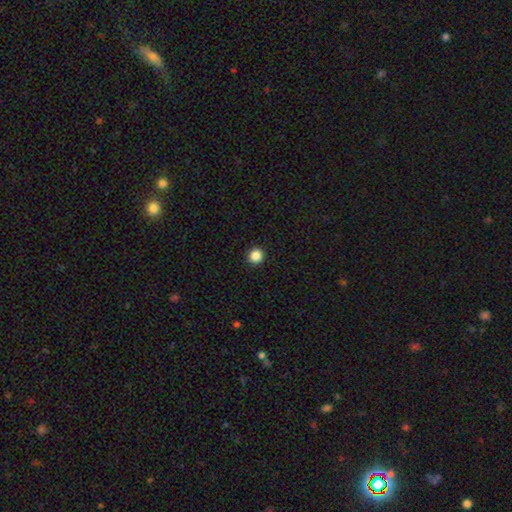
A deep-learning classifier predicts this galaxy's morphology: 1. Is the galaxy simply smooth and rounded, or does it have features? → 86% smooth, 11% star or artifact, 3% featured or disk.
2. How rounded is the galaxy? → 95% round, 4% in between, 1% cigar-shaped.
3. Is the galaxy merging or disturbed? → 93% none, 4% minor disturbance, 2% major disturbance, 1% merger.